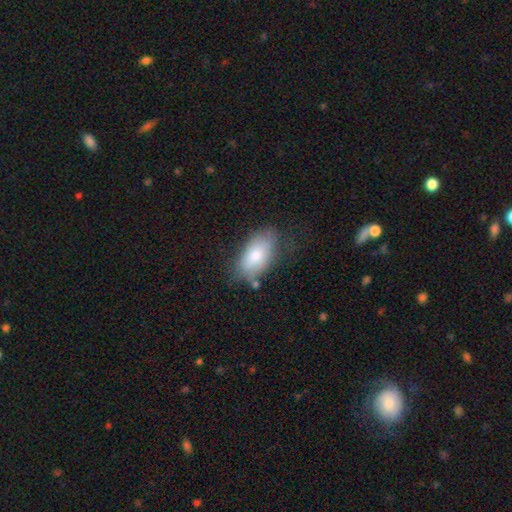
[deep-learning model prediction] Smooth or featured?
  - smooth: 78% *
  - featured or disk: 15%
  - star or artifact: 7%
How rounded?
  - in between: 92% *
  - round: 4%
  - cigar-shaped: 3%
Merging?
  - none: 62% *
  - minor disturbance: 25%
  - major disturbance: 9%
  - merger: 5%